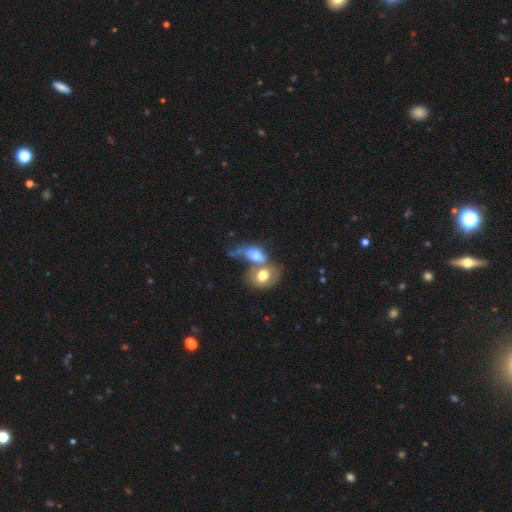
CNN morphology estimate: The model was most divided on "smooth or featured": smooth: 65%, featured or disk: 26%, star or artifact: 9%. More confident: how rounded — in between (74%); merging — merger (71%).